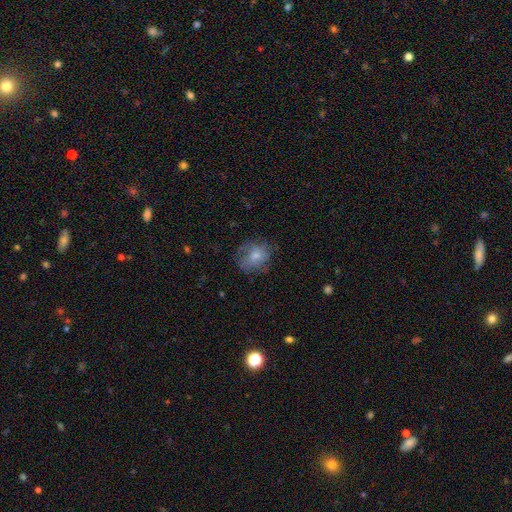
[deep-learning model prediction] Smooth or featured? Predicted: smooth (p=0.66). How rounded? Predicted: round (p=0.66). Merging? Predicted: none (p=0.63).